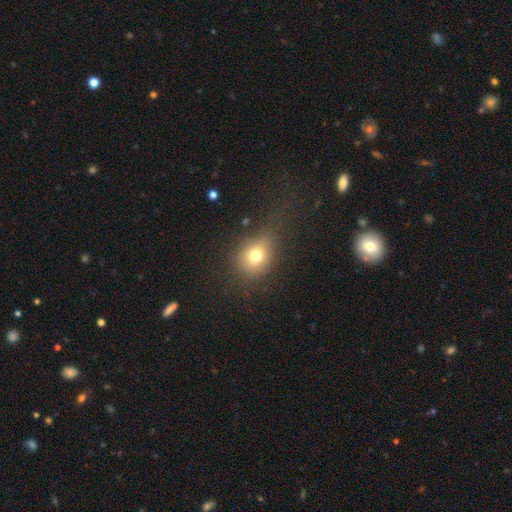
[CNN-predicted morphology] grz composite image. It shows a smooth galaxy with no disk features (74%) that is round (52%). Merging: none (61%).